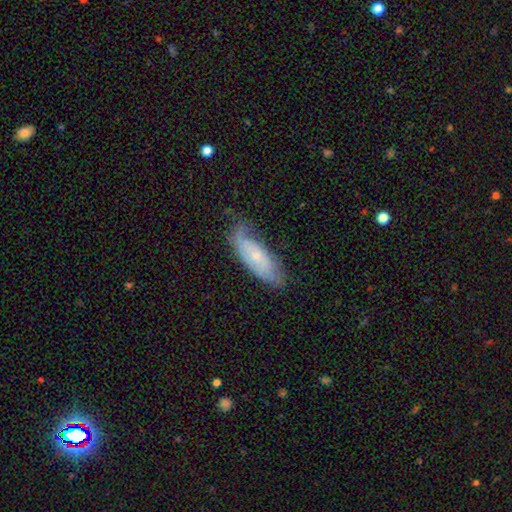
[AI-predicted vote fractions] Smooth or featured?
  - featured or disk: 47% *
  - smooth: 46%
  - star or artifact: 7%
Merging?
  - none: 54% *
  - minor disturbance: 33%
  - major disturbance: 12%
  - merger: 2%